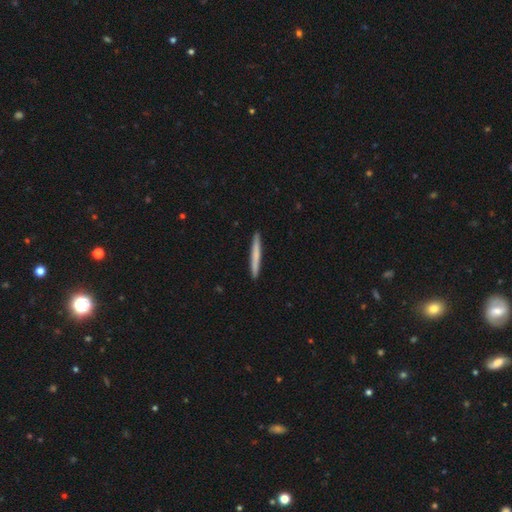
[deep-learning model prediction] smooth 69%, featured or disk 26%, star or artifact 5%. Down the decision tree: how rounded — cigar-shaped (97%); merging — none (93%).